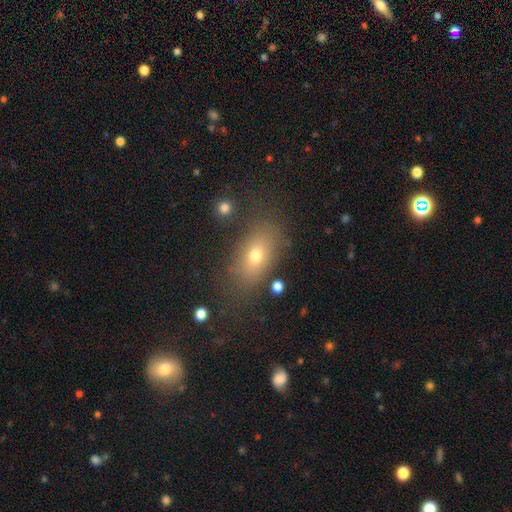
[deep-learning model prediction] Morphology: type=smooth (69%); roundness=in between (81%); merging=none (73%).